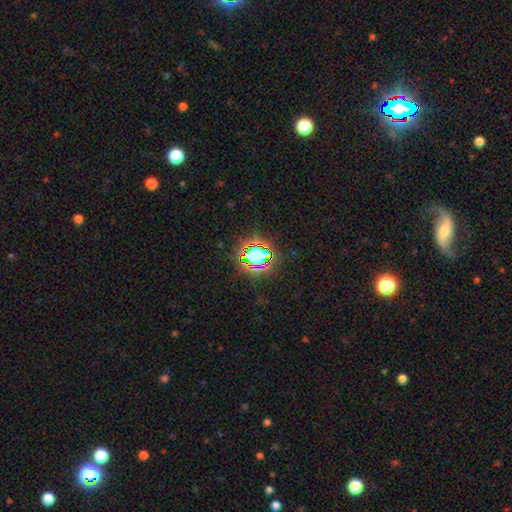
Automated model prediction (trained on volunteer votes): Smooth or featured? star or artifact (67%)